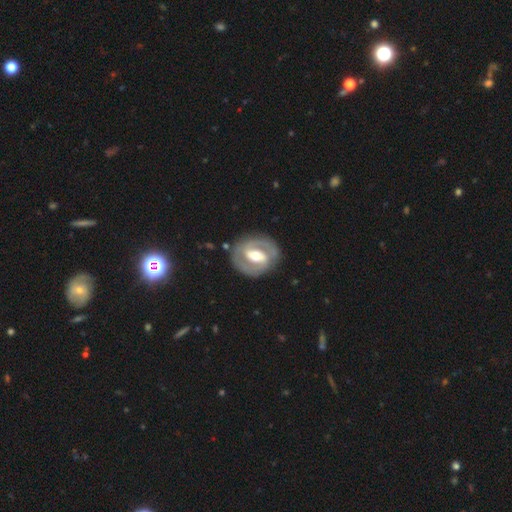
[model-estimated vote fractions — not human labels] Overall: featured or disk (80%). Edge-on disk: no (96%). Bar: strong (47%; weak 36%). Spiral arms: yes (76%). Spiral arm count: 2 (85%). Spiral winding: tight (48%; medium 40%). Bulge size: moderate (70%). Merging: none (83%).